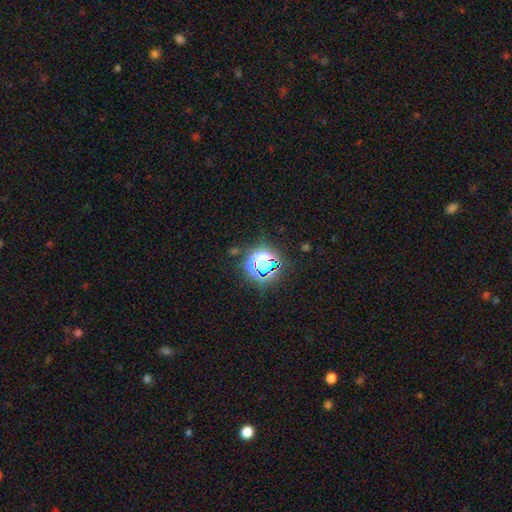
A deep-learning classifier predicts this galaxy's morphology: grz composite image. It shows a star or artifact, not a galaxy (78%).